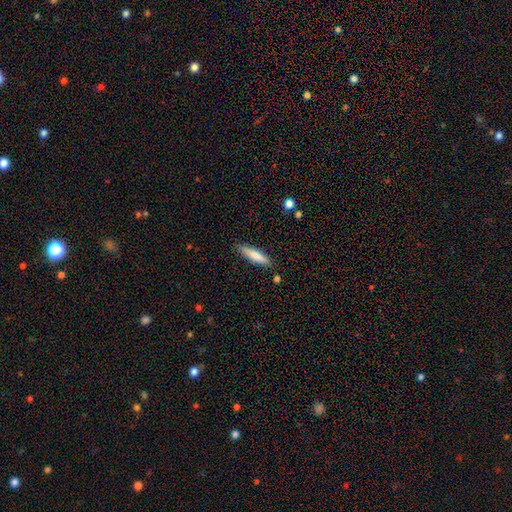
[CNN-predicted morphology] smooth-or-featured: smooth: 76% | featured or disk: 18% | star or artifact: 6%
  how-rounded: cigar-shaped: 78% | in between: 20% | round: 1%
  merging: none: 87% | minor disturbance: 10% | major disturbance: 2% | merger: 2%